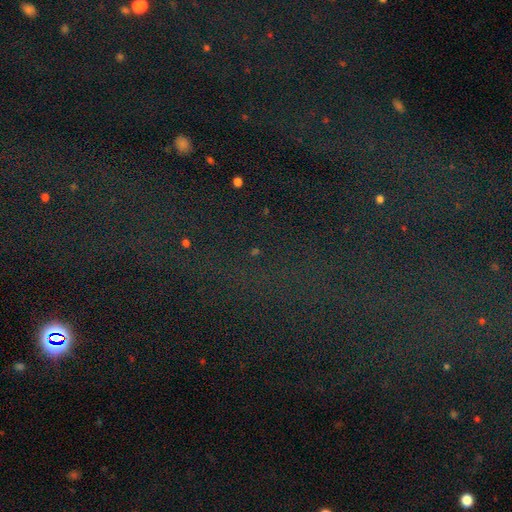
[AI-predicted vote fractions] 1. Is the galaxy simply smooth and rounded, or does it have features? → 79% star or artifact, 11% smooth, 10% featured or disk.